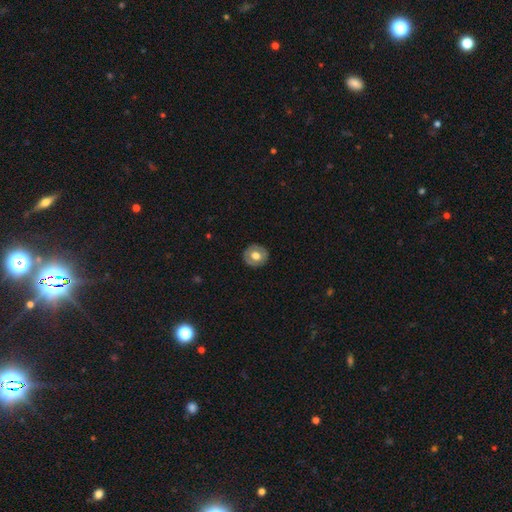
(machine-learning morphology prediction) The model was most divided on "smooth or featured": smooth: 56%, featured or disk: 37%, star or artifact: 7%. More confident: how rounded — round (87%); merging — none (86%).